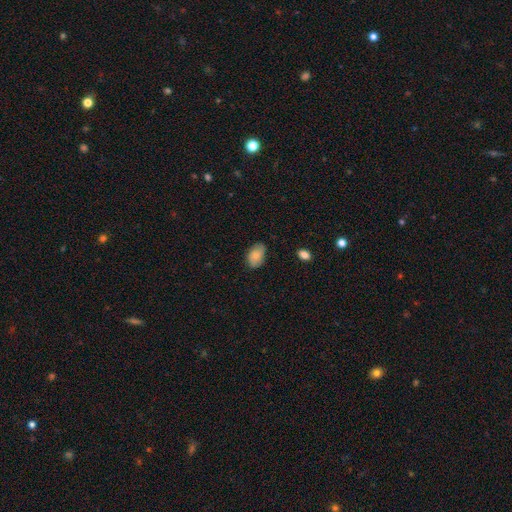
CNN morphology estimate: Smooth or featured?
  - smooth: 80% *
  - featured or disk: 13%
  - star or artifact: 7%
How rounded?
  - in between: 89% *
  - round: 10%
  - cigar-shaped: 1%
Merging?
  - none: 73% *
  - minor disturbance: 22%
  - major disturbance: 4%
  - merger: 1%